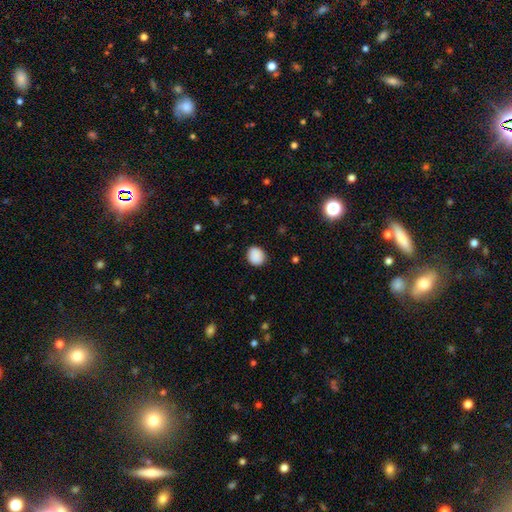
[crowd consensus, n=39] smooth 92%, featured or disk 5%, star or artifact 3%. Down the decision tree: how rounded — round (81%); merging — none (74%).